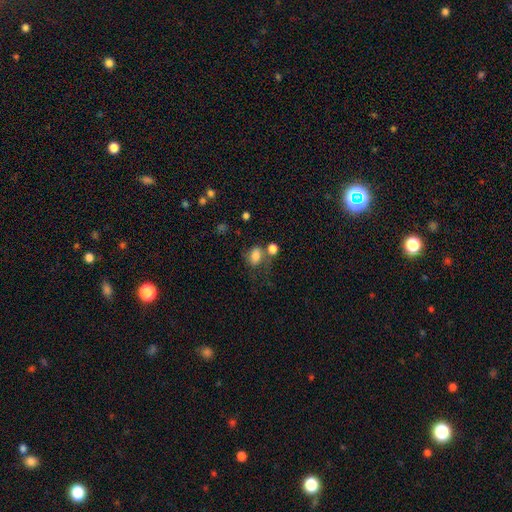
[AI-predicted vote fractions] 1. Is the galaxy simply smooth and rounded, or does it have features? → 75% smooth, 13% featured or disk, 11% star or artifact.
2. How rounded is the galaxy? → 64% in between, 34% round, 1% cigar-shaped.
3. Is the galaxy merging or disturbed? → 46% none, 22% merger, 20% minor disturbance, 12% major disturbance.